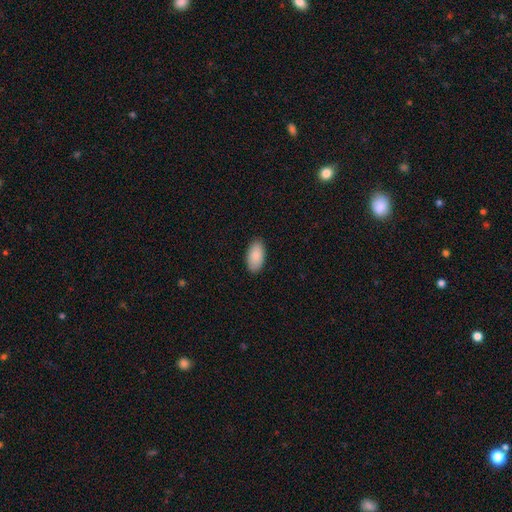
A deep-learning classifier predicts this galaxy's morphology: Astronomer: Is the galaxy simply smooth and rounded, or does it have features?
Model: smooth — 88%.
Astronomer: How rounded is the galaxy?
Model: in between — 96%.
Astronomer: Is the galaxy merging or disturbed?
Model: none — 88%.